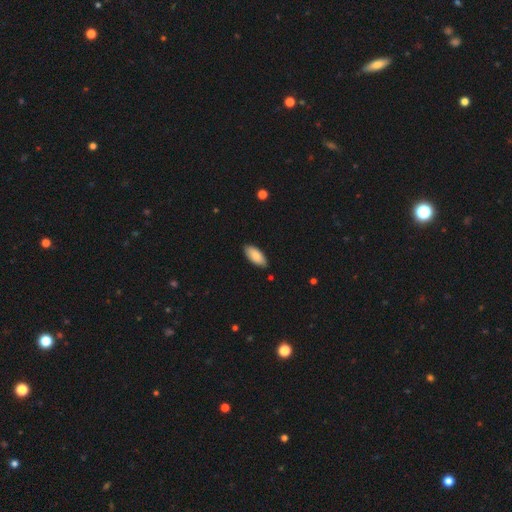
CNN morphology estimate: This is clearly a smooth galaxy (86%). How rounded: clearly in between (88%). Merging: clearly none (85%).